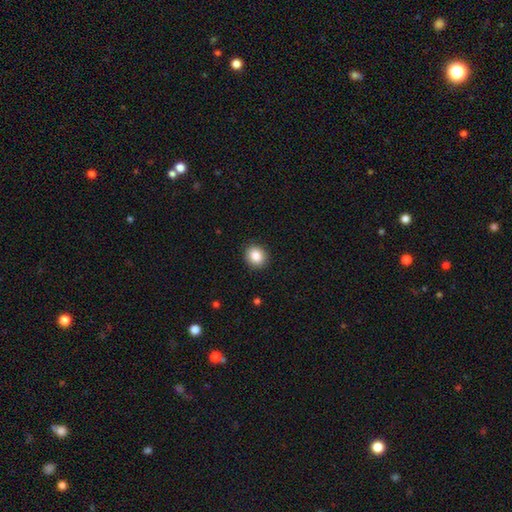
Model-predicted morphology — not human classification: A smooth galaxy with no disk features (86%) that is round (76%). Merging: none (91%).